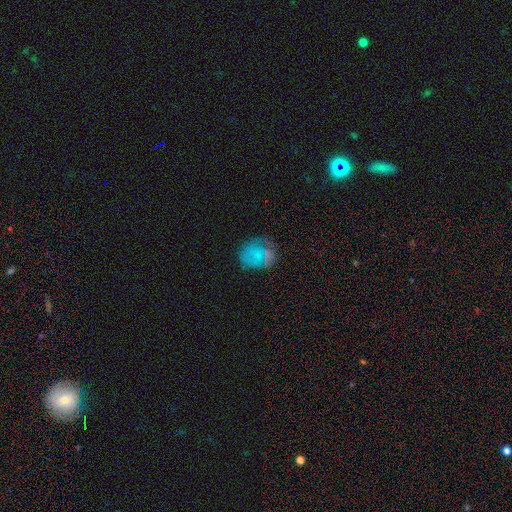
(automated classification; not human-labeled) Overall: smooth (58%; featured or disk 23%). How rounded: round (71%). Merging: none (61%; minor disturbance 23%).